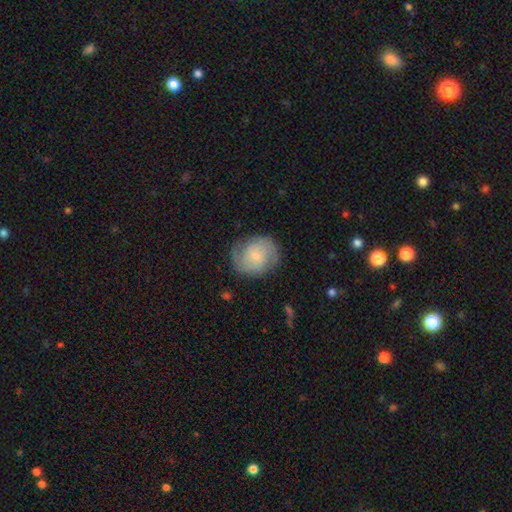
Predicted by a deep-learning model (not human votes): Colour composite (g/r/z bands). It shows a featured or disk galaxy (58%) with no bar (69%), spiral arms (85%) and a small central bulge (69%). Merging: none (75%).